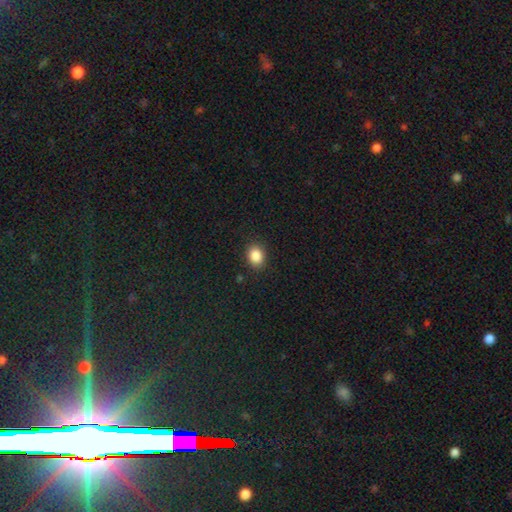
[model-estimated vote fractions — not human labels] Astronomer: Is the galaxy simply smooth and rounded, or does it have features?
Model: smooth — 86%.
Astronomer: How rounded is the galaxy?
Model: in between — 54% (runner-up: round, 45%).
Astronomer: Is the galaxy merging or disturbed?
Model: none — 89%.